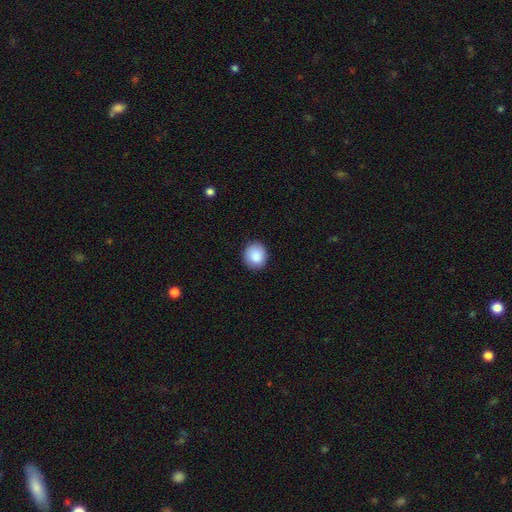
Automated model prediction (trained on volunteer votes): A smooth galaxy with no disk features (88%) that is round (78%). Merging: none (88%).